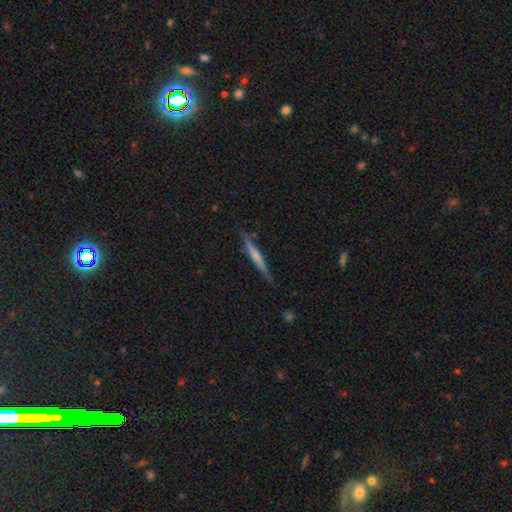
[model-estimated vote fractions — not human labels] smooth-or-featured: featured or disk: 54% | smooth: 40% | star or artifact: 6%
  disk-edge-on: yes: 97% | no: 3%
    edge-on-bulge: none: 53% | rounded: 31% | boxy: 16%
  merging: none: 85% | minor disturbance: 12% | major disturbance: 2% | merger: 2%